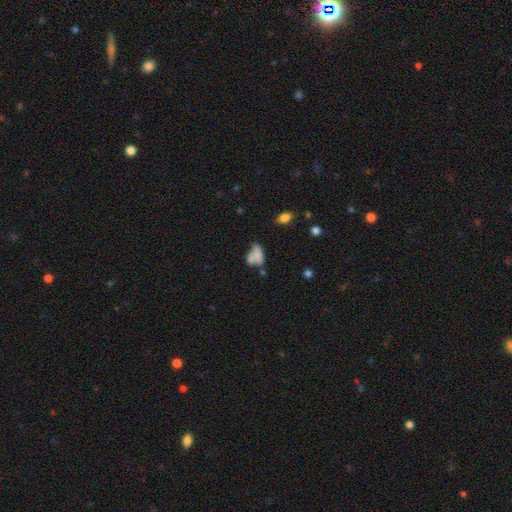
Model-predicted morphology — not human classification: Smooth or featured? smooth (67%)
How rounded? in between (85%)
Merging? merger (32%)